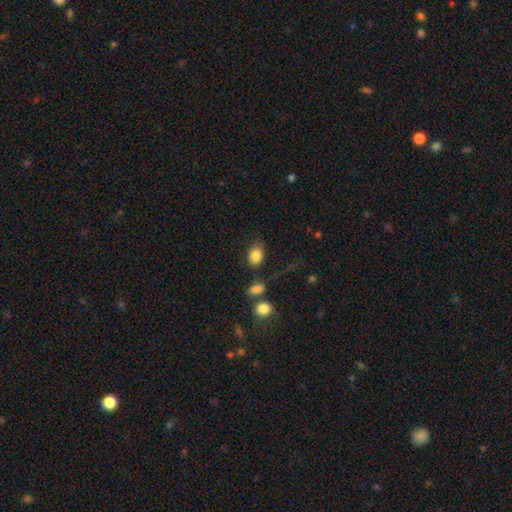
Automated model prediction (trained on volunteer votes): Q: Smooth or featured?
A: smooth (85%); runner-up: star or artifact (9%)
Q: How rounded?
A: in between (73%); runner-up: round (26%)
Q: Merging?
A: none (70%); runner-up: minor disturbance (16%)